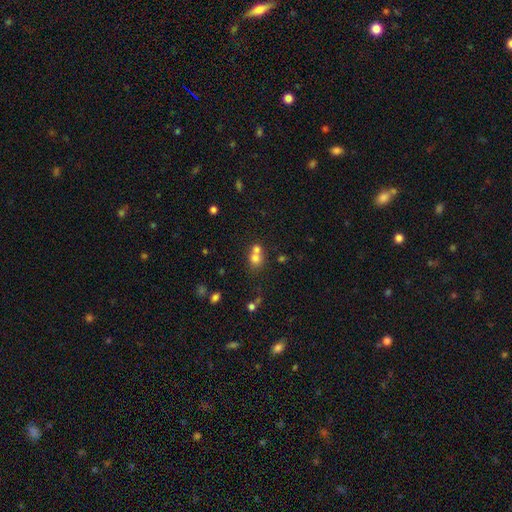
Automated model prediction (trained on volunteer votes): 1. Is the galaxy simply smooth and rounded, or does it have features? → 71% smooth, 14% star or artifact, 14% featured or disk.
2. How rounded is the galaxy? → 73% round, 26% in between, 1% cigar-shaped.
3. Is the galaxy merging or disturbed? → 57% merger, 33% none, 6% minor disturbance, 3% major disturbance.